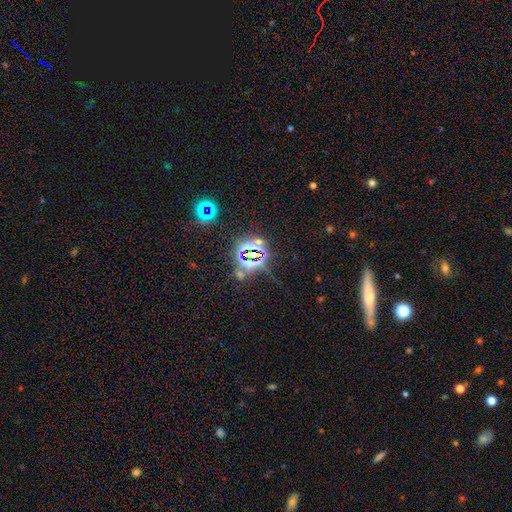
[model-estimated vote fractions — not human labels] Smooth or featured? Predicted: star or artifact (p=0.80).